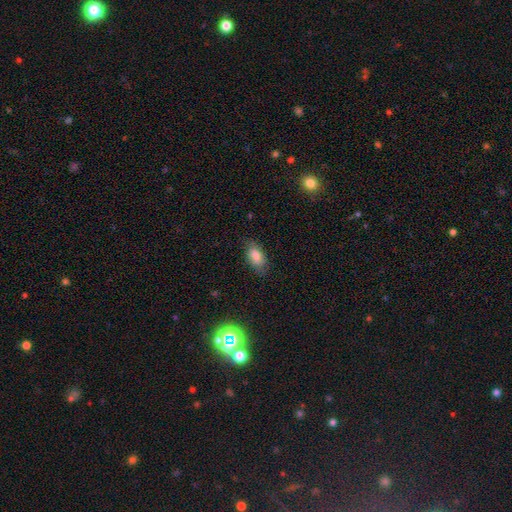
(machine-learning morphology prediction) The model was most divided on "merging": none: 75%, minor disturbance: 19%, major disturbance: 5%, merger: 1%. More confident: how rounded — in between (90%); smooth or featured — smooth (82%).